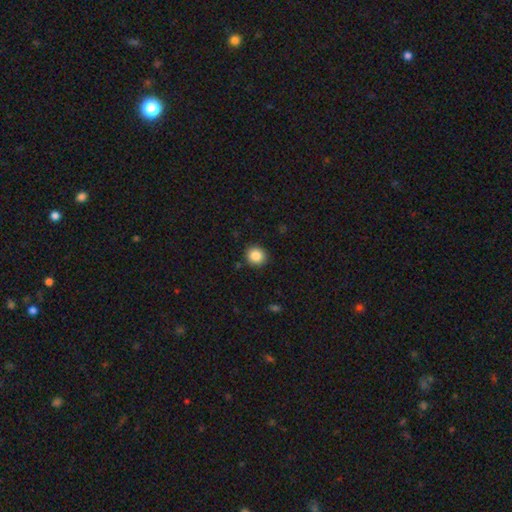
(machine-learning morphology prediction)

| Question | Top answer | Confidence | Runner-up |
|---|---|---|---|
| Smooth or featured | smooth | 87% | star or artifact (9%) |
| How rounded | round | 86% | in between (13%) |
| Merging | none | 90% | minor disturbance (7%) |